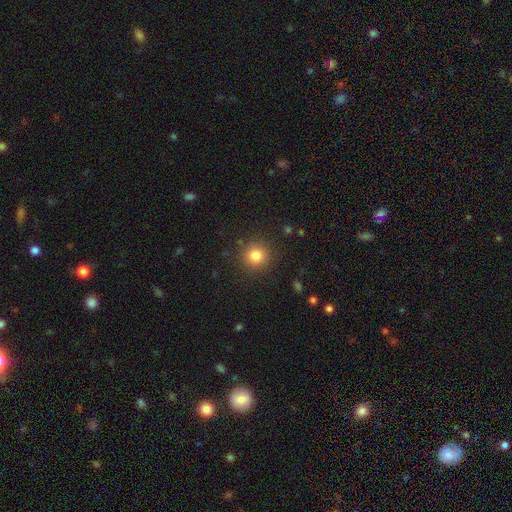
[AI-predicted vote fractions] A smooth galaxy with no disk features (82%) that is round (93%). Merging: none (88%).